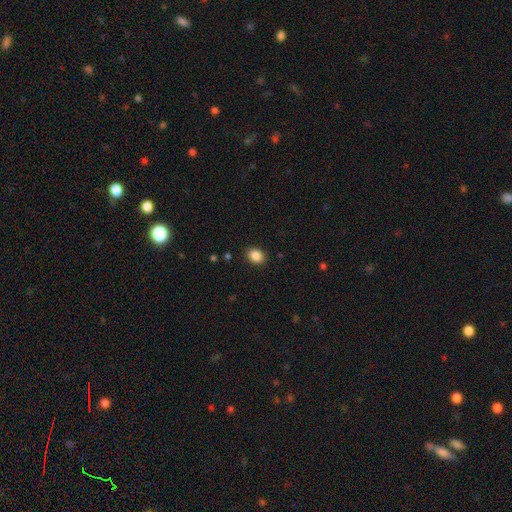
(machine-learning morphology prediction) smooth-or-featured: smooth: 87% | star or artifact: 9% | featured or disk: 4%
  how-rounded: in between: 63% | round: 36% | cigar-shaped: 1%
  merging: none: 90% | minor disturbance: 7% | major disturbance: 2% | merger: 1%